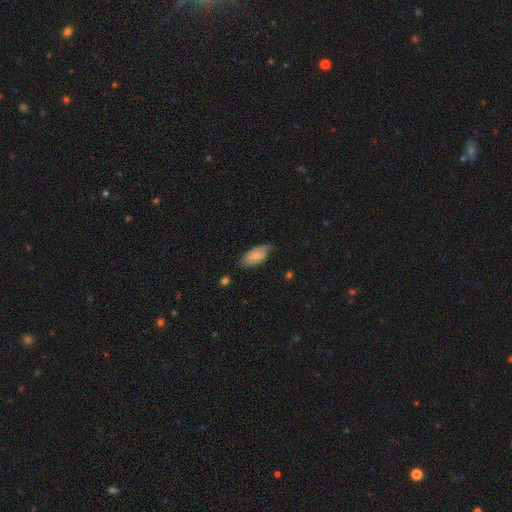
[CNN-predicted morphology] Q: Smooth or featured?
A: smooth (69%); runner-up: featured or disk (25%)
Q: How rounded?
A: in between (92%); runner-up: cigar-shaped (6%)
Q: Merging?
A: none (56%); runner-up: minor disturbance (34%)